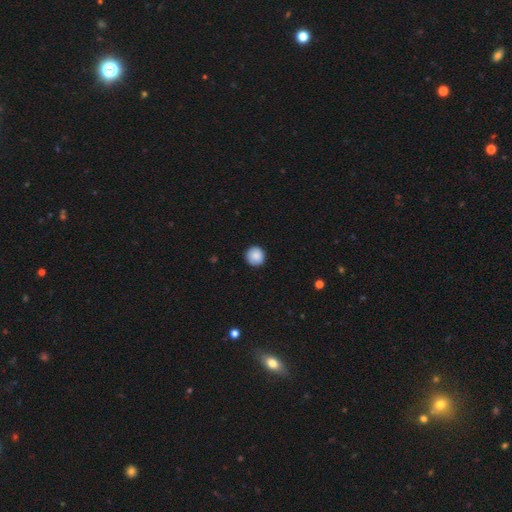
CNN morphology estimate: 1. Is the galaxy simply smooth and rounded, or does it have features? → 88% smooth, 8% star or artifact, 4% featured or disk.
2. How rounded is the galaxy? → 94% round, 5% in between, 1% cigar-shaped.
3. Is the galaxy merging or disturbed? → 91% none, 6% minor disturbance, 2% major disturbance, 1% merger.